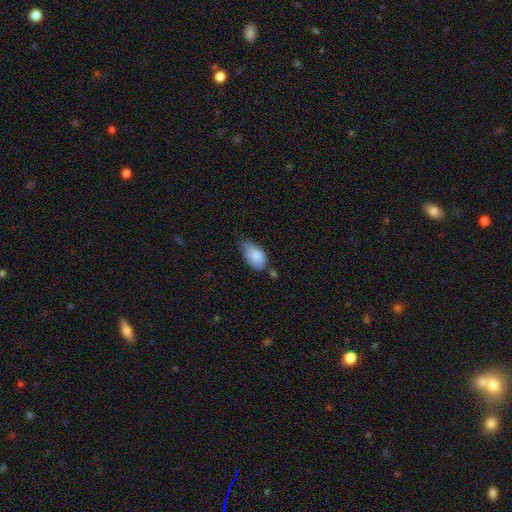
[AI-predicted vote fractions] Overall: smooth (82%). How rounded: in between (91%). Merging: minor disturbance (45%; none 37%).